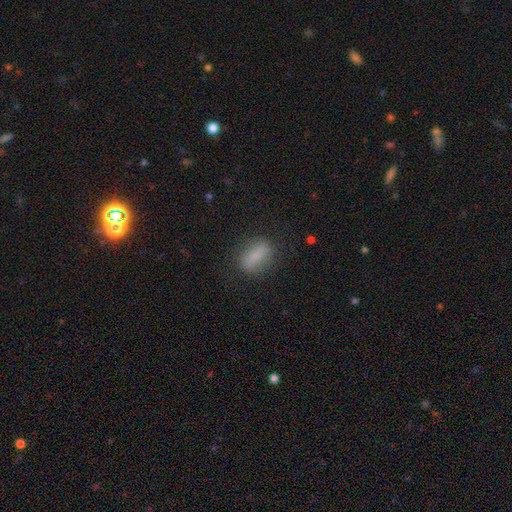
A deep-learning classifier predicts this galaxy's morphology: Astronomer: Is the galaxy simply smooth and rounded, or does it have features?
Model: smooth — 79%.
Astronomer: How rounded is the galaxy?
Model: in between — 67%.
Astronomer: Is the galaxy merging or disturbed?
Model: none — 81%.